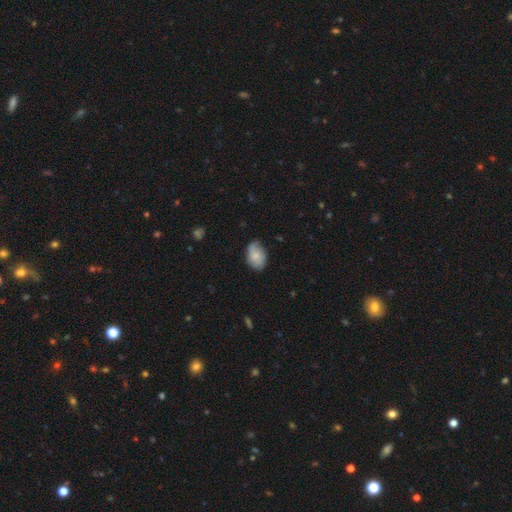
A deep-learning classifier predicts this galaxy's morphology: A smooth galaxy with no disk features (71%) that is in between round and cigar-shaped (84%). Merging: none (63%).